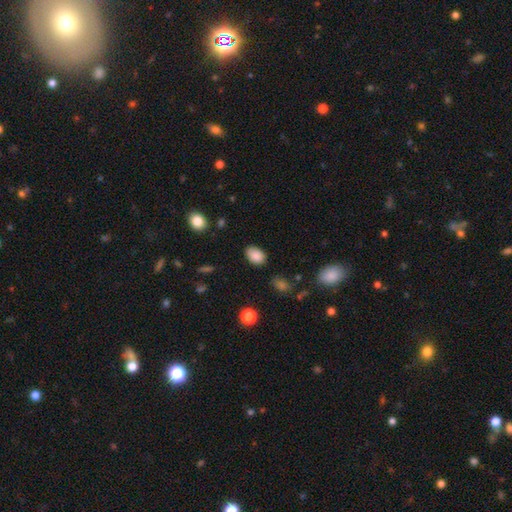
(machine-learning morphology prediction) This appears to be a smooth galaxy with no disk features (87%) that is in between round and cigar-shaped (88%). Merging: none (84%).